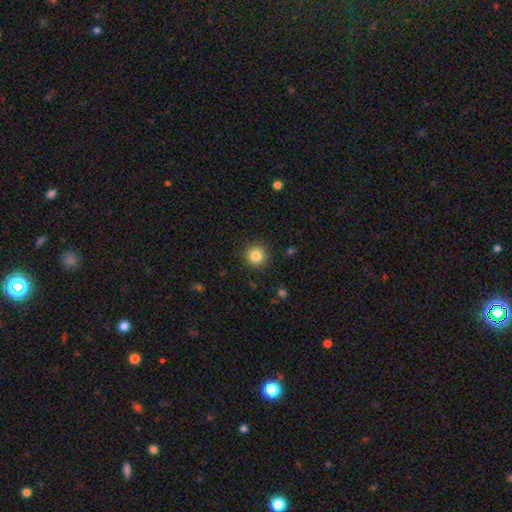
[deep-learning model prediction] A smooth galaxy with no disk features (84%) that is round (95%). Merging: none (91%).